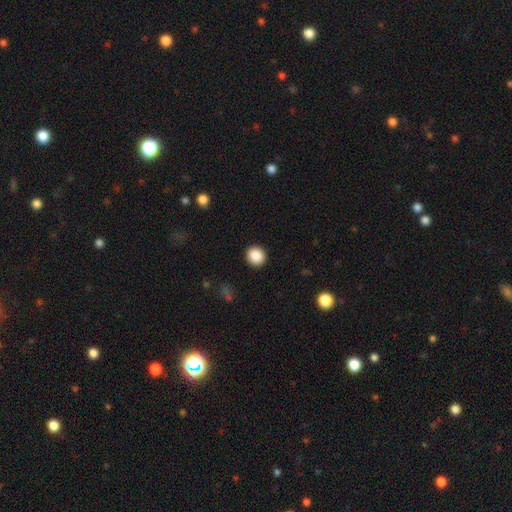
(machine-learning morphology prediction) smooth_or_featured: smooth (p=0.88) [alt: star or artifact p=0.09]
how_rounded: round (p=0.86) [alt: in between p=0.13]
merging: none (p=0.92) [alt: minor disturbance p=0.05]